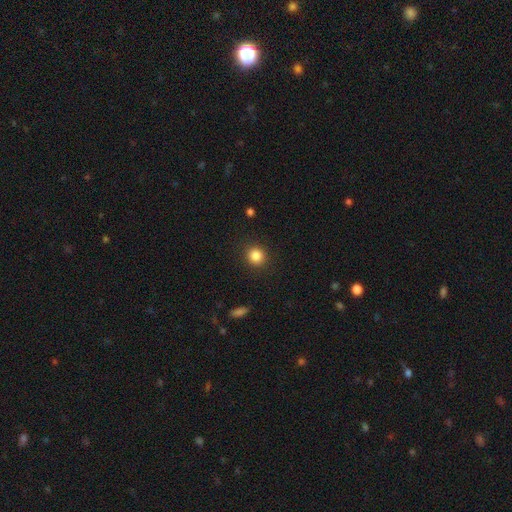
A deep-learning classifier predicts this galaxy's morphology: This is clearly a smooth galaxy (85%). How rounded: clearly round (91%). Merging: clearly none (91%).